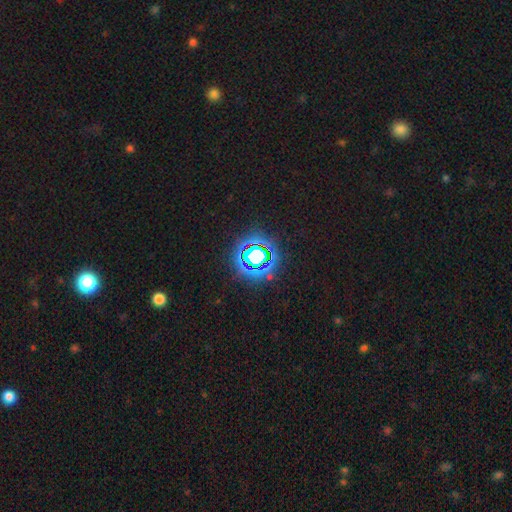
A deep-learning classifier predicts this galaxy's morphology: smooth-or-featured: star or artifact: 68% | smooth: 20% | featured or disk: 12%